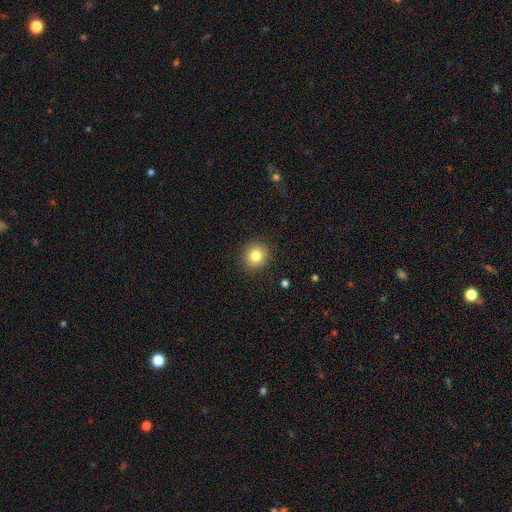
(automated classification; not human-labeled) This appears to be a smooth galaxy with no disk features (82%) that is round (87%). Merging: none (91%).